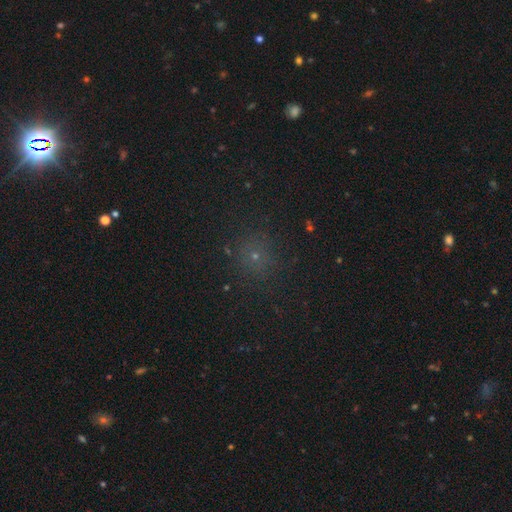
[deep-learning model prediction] Smooth or featured? Predicted: smooth (p=0.58). How rounded? Predicted: round (p=0.92). Merging? Predicted: none (p=0.87).